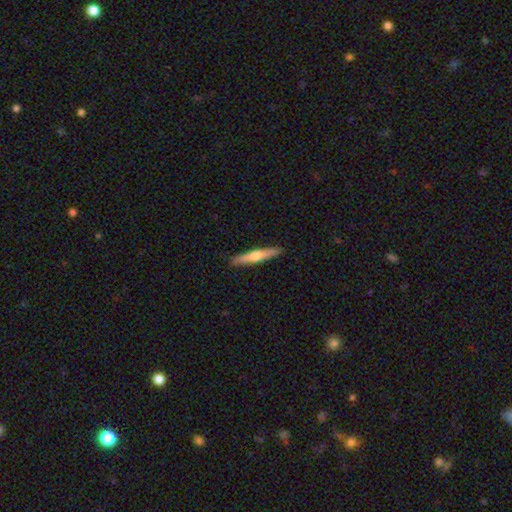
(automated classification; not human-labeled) Smooth or featured? Predicted: smooth (p=0.50). Merging? Predicted: none (p=0.91).